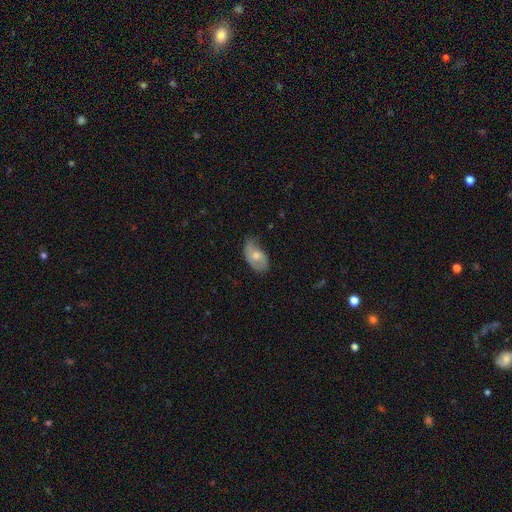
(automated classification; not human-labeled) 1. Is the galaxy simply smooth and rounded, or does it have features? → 50% smooth, 43% featured or disk, 7% star or artifact.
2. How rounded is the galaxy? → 90% in between, 8% round, 2% cigar-shaped.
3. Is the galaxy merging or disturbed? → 47% none, 38% minor disturbance, 14% major disturbance, 2% merger.